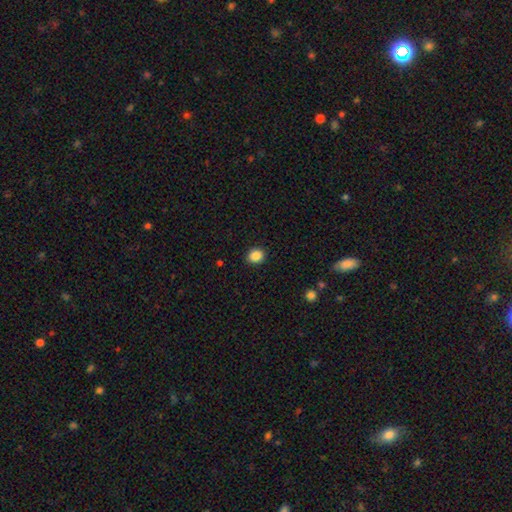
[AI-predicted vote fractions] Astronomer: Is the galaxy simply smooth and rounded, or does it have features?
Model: smooth — 87%.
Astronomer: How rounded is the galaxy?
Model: round — 67%.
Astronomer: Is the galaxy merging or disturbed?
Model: none — 91%.